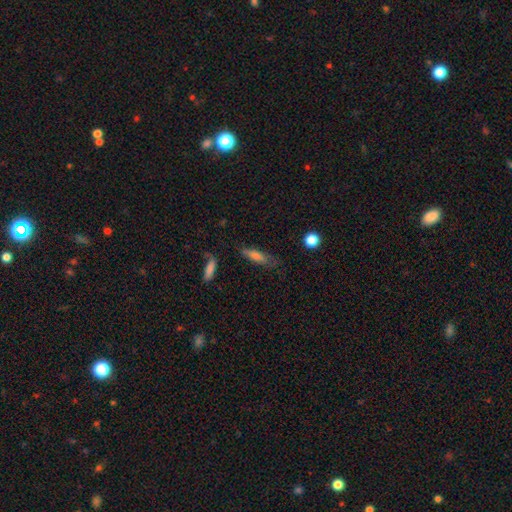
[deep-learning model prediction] Smooth or featured? smooth (69%)
How rounded? cigar-shaped (65%)
Merging? none (66%)